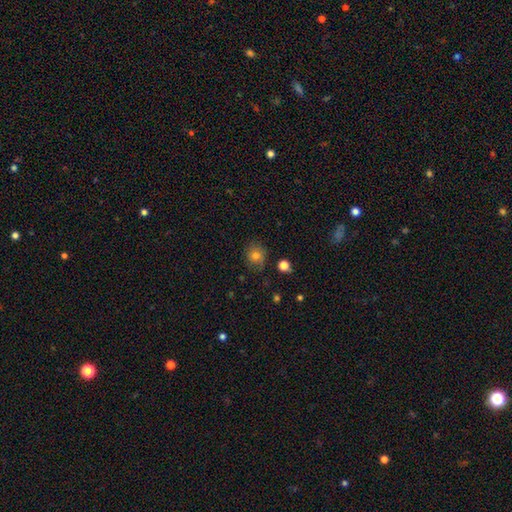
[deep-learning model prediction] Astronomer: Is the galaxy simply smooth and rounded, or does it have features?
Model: smooth — 76%.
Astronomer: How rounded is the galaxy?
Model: round — 78%.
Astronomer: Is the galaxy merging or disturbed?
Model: none — 74%.